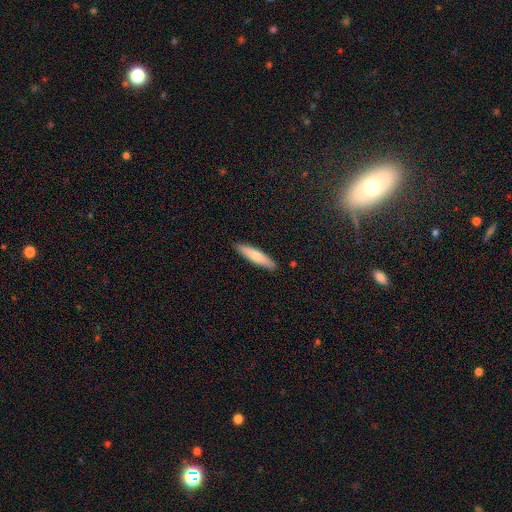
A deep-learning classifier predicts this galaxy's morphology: Smooth or featured? smooth (70%)
How rounded? cigar-shaped (82%)
Merging? none (90%)